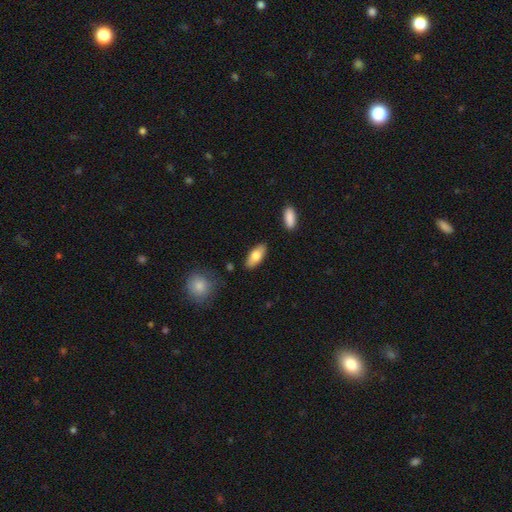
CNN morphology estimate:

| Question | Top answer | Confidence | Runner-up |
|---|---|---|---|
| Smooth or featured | smooth | 79% | featured or disk (16%) |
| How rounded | in between | 85% | cigar-shaped (13%) |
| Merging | none | 84% | minor disturbance (11%) |